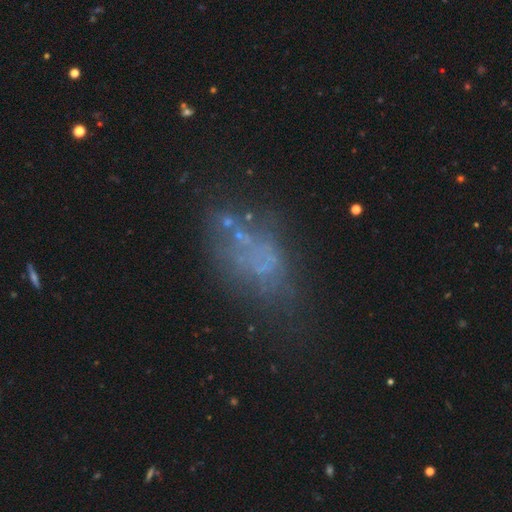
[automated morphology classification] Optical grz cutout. It shows a featured or disk galaxy (43%). Merging: none (46%).